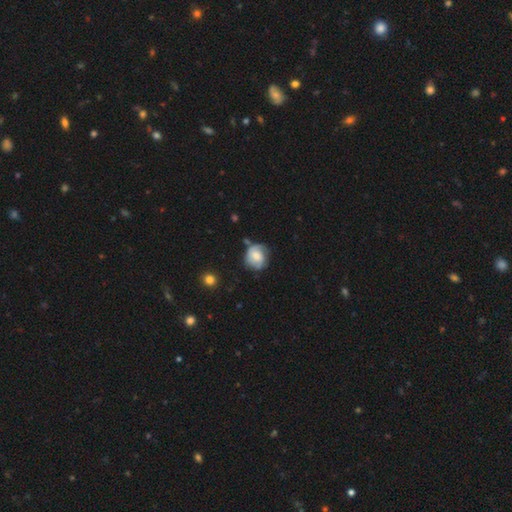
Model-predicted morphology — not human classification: smooth-or-featured: smooth: 47% | featured or disk: 46% | star or artifact: 8%
  merging: none: 58% | minor disturbance: 28% | major disturbance: 11% | merger: 4%